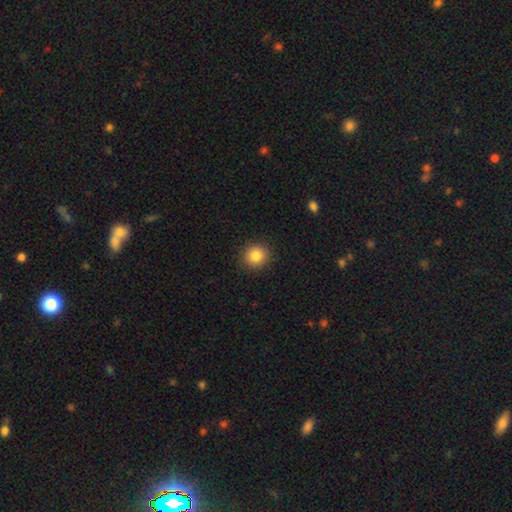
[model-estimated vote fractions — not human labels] Q: Smooth or featured?
A: smooth (85%); runner-up: star or artifact (10%)
Q: How rounded?
A: round (90%); runner-up: in between (9%)
Q: Merging?
A: none (91%); runner-up: minor disturbance (6%)